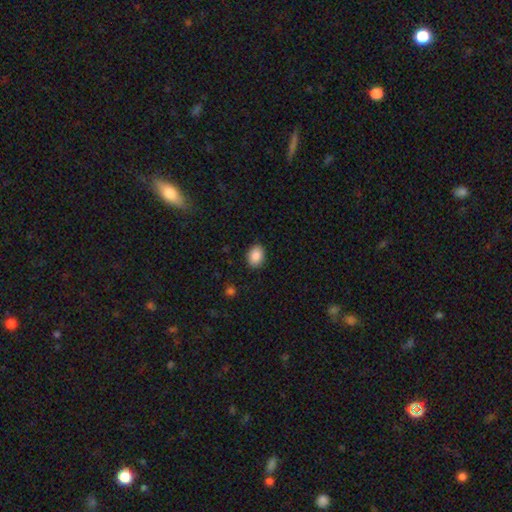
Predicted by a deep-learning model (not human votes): Smooth or featured? smooth (89%)
How rounded? in between (70%)
Merging? none (88%)